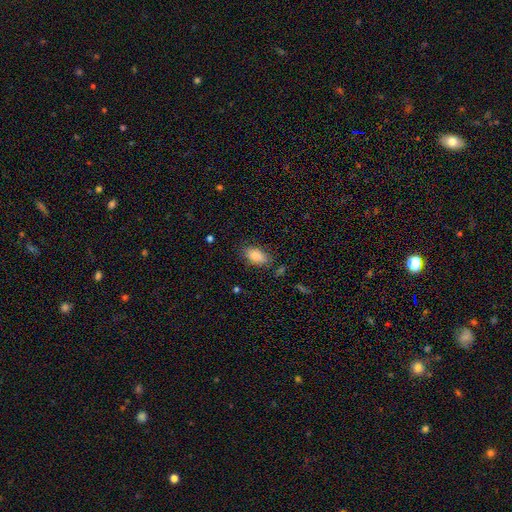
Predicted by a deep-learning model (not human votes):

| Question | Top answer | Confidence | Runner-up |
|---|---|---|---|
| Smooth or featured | smooth | 86% | star or artifact (8%) |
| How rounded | in between | 92% | round (4%) |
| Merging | none | 81% | minor disturbance (13%) |